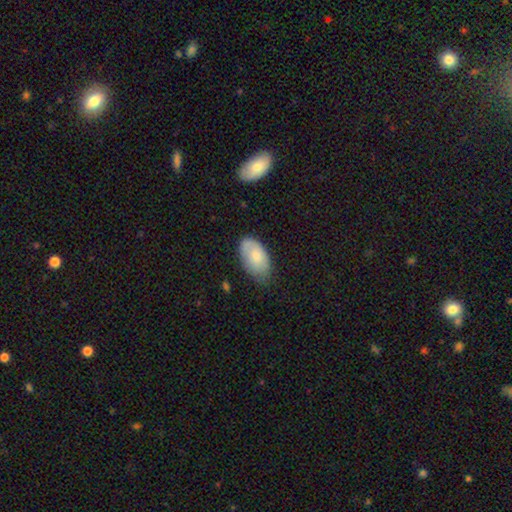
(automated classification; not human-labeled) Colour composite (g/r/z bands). It shows a smooth galaxy with no disk features (74%) that is in between round and cigar-shaped (94%). Merging: none (61%).